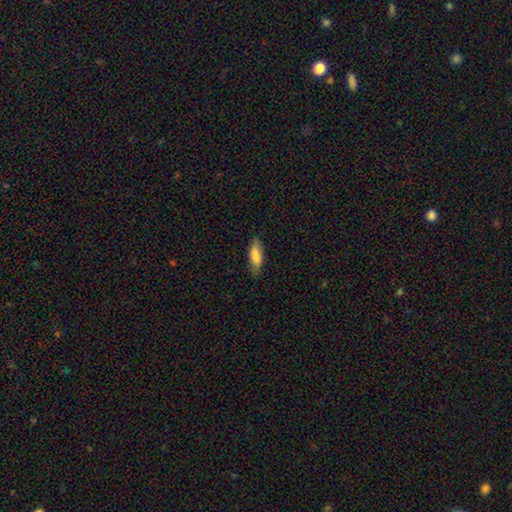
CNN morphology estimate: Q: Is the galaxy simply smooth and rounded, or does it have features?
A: smooth — 83%.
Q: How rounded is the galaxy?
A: in between — 64%.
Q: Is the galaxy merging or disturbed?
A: none — 80%.